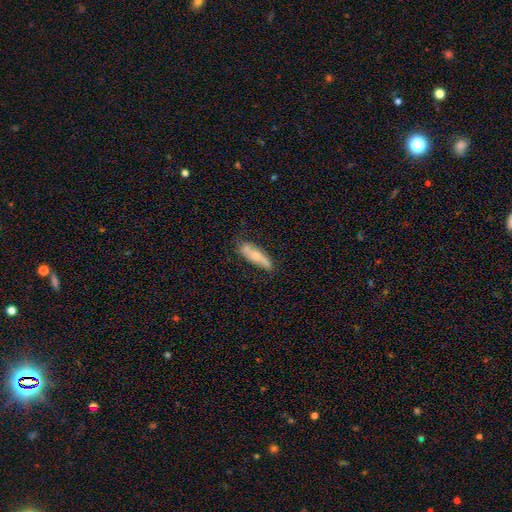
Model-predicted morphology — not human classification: Overall: smooth (49%; featured or disk 44%). Merging: none (72%).